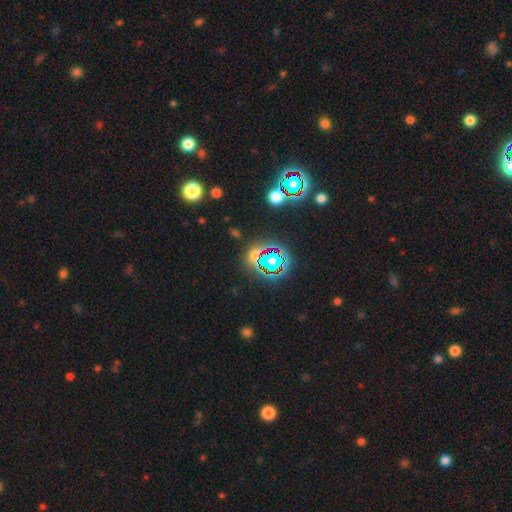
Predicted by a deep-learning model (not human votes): This appears to be a star or artifact, not a galaxy (62%).